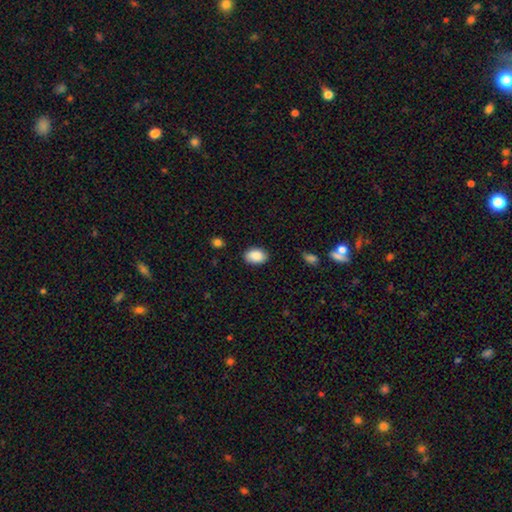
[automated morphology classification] Q: Smooth or featured?
A: smooth (89%); runner-up: star or artifact (7%)
Q: How rounded?
A: in between (83%); runner-up: round (16%)
Q: Merging?
A: none (84%); runner-up: minor disturbance (12%)